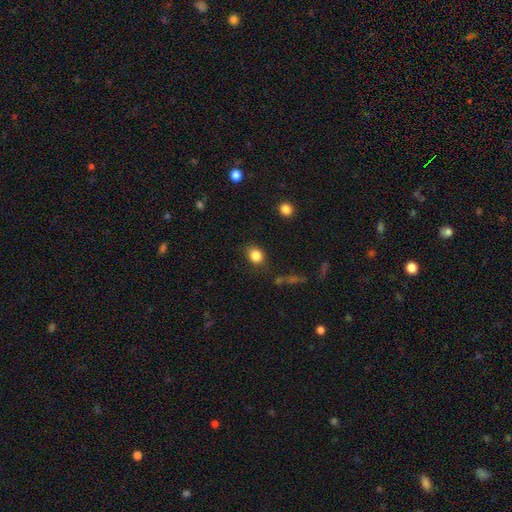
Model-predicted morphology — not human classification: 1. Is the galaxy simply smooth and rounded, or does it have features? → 85% smooth, 10% star or artifact, 5% featured or disk.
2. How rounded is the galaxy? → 61% round, 37% in between, 1% cigar-shaped.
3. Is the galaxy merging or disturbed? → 80% none, 13% minor disturbance, 4% major disturbance, 3% merger.